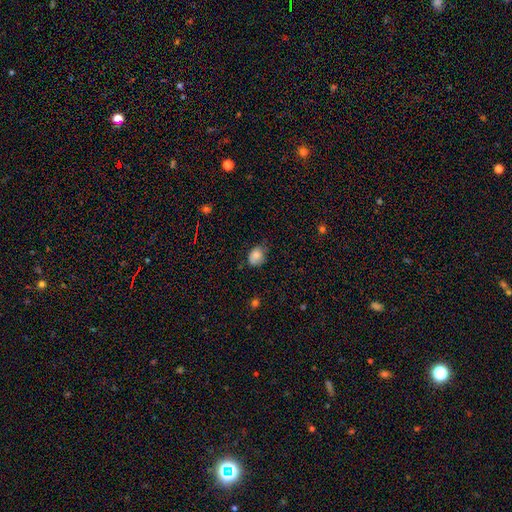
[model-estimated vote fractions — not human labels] Smooth or featured? Predicted: smooth (p=0.82). How rounded? Predicted: in between (p=0.56). Merging? Predicted: none (p=0.51).